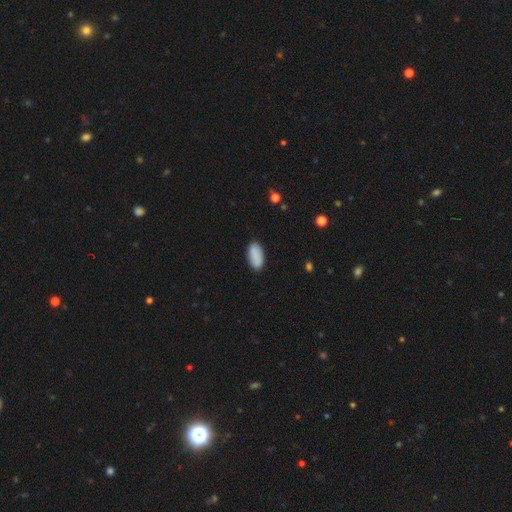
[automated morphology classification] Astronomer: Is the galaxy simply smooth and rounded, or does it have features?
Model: smooth — 89%.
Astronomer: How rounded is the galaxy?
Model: in between — 92%.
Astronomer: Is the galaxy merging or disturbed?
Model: none — 86%.